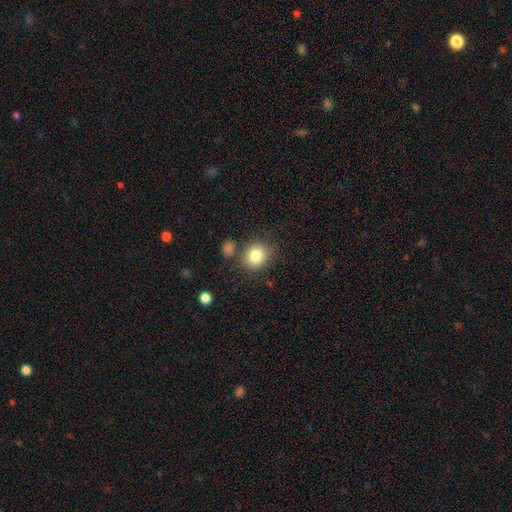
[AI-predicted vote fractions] Smooth or featured?
  - smooth: 83% *
  - star or artifact: 10%
  - featured or disk: 7%
How rounded?
  - round: 74% *
  - in between: 25%
  - cigar-shaped: 1%
Merging?
  - none: 73% *
  - minor disturbance: 14%
  - merger: 9%
  - major disturbance: 5%